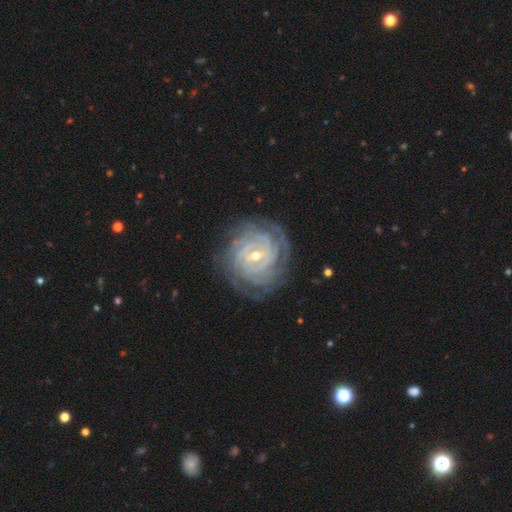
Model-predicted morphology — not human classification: Smooth or featured? Predicted: featured or disk (p=0.90). Edge-on disk? Predicted: no (p=0.97). Bar? Predicted: weak (p=0.50). Spiral arms? Predicted: yes (p=0.98). Spiral winding? Predicted: tight (p=0.85). Spiral arm count? Predicted: 4 (p=0.27). Bulge size? Predicted: small (p=0.58). Merging? Predicted: none (p=0.83).